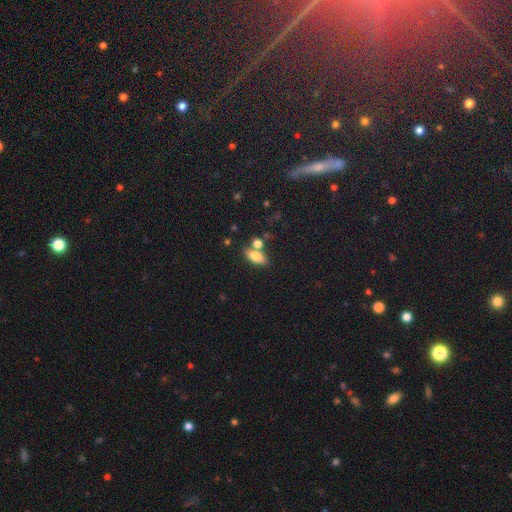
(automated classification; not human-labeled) Smooth or featured? smooth (77%)
How rounded? in between (83%)
Merging? none (64%)